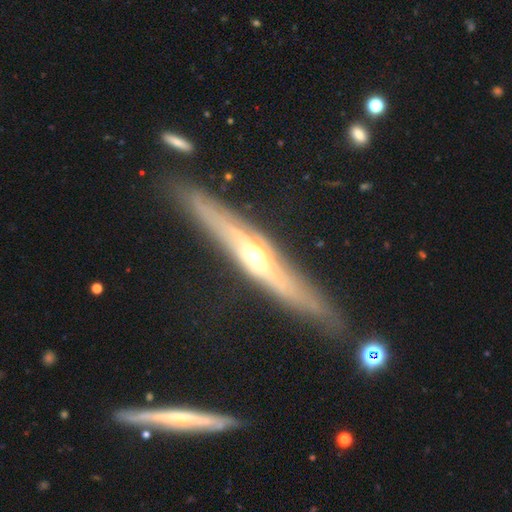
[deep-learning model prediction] smooth_or_featured: featured or disk (p=0.74) [alt: smooth p=0.19]
disk_edge_on: yes (p=0.89) [alt: no p=0.11]
edge_on_bulge: rounded (p=0.82) [alt: none p=0.13]
merging: none (p=0.83) [alt: minor disturbance p=0.12]